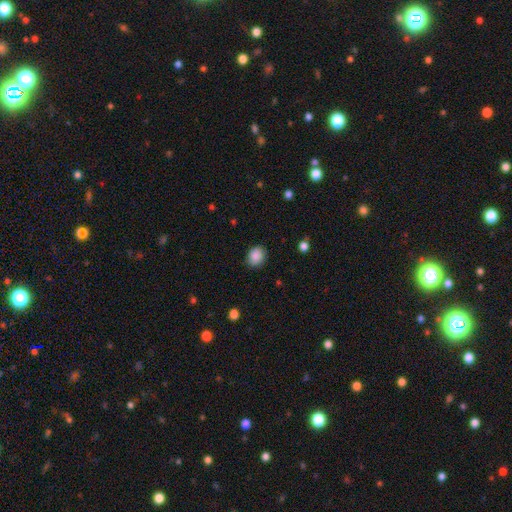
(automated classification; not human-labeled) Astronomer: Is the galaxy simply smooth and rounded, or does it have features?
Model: smooth — 88%.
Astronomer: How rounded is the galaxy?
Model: round — 55% (runner-up: in between, 44%).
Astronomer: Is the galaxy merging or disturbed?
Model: none — 84%.